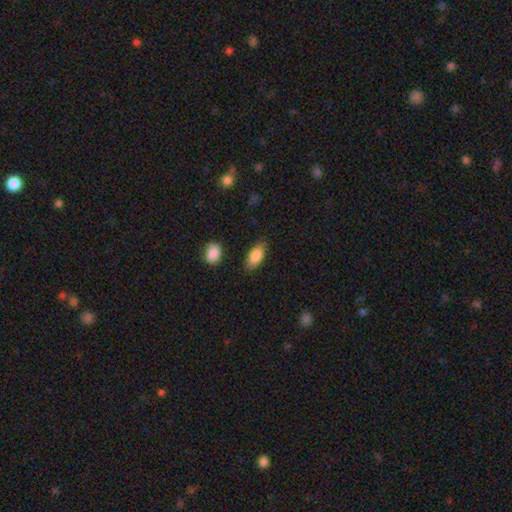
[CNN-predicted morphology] A smooth galaxy with no disk features (84%) that is in between round and cigar-shaped (86%).

Vote fractions:
- Smooth or featured? smooth: 84% / featured or disk: 9% / star or artifact: 7%
- How rounded? in between: 86% / cigar-shaped: 11% / round: 3%
- Merging? none: 84% / minor disturbance: 12% / major disturbance: 3% / merger: 2%